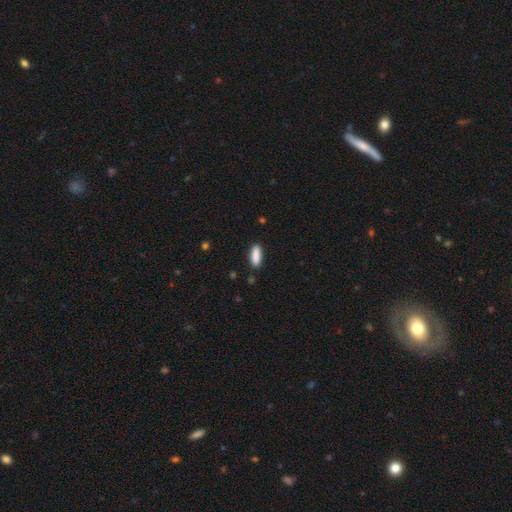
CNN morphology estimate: Smooth or featured: smooth — 89% (star or artifact — 6%)
How rounded: in between — 61% (cigar-shaped — 37%)
Merging: none — 86% (minor disturbance — 11%)